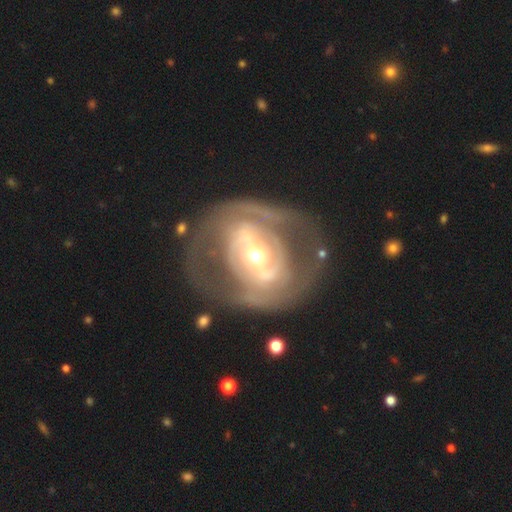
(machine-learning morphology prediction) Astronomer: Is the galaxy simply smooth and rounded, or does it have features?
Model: featured or disk — 82%.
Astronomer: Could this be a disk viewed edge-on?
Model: no — 95%.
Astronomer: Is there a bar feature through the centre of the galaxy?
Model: strong — 42% (runner-up: weak, 32%).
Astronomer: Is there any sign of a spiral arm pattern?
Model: yes — 60% (runner-up: no, 40%).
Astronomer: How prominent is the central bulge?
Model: moderate — 53% (runner-up: small, 39%).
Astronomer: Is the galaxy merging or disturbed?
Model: none — 66%.